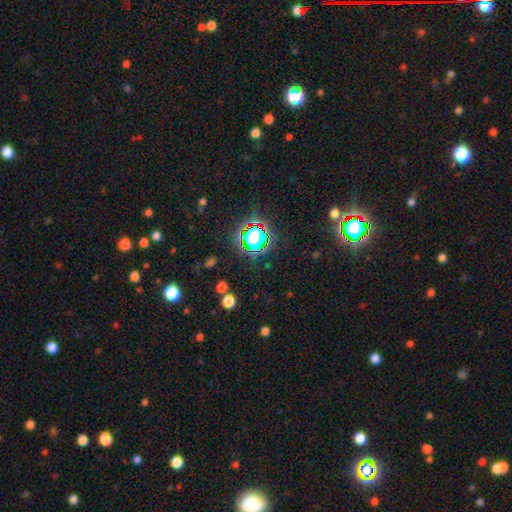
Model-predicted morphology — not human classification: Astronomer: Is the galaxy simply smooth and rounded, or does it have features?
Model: star or artifact — 82%.